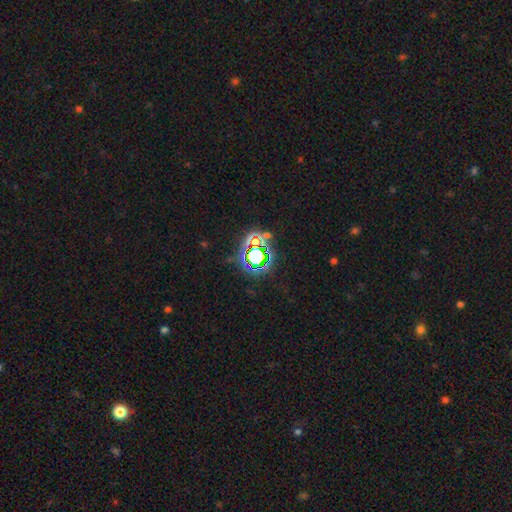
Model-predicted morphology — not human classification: Smooth or featured?
  - star or artifact: 70% *
  - smooth: 18%
  - featured or disk: 12%